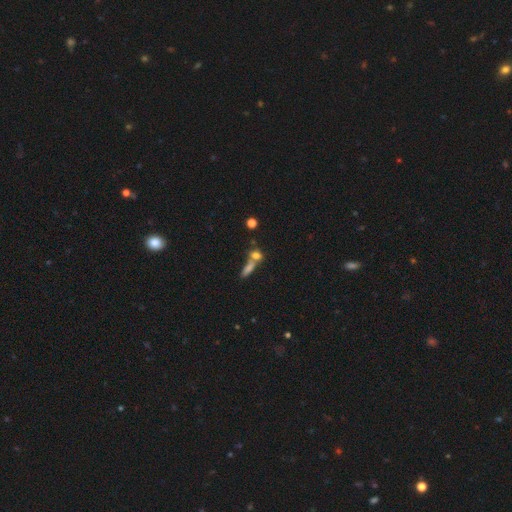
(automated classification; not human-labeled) Smooth or featured: smooth — 69% (featured or disk — 17%)
How rounded: in between — 46% (round — 28%)
Merging: merger — 48% (none — 38%)